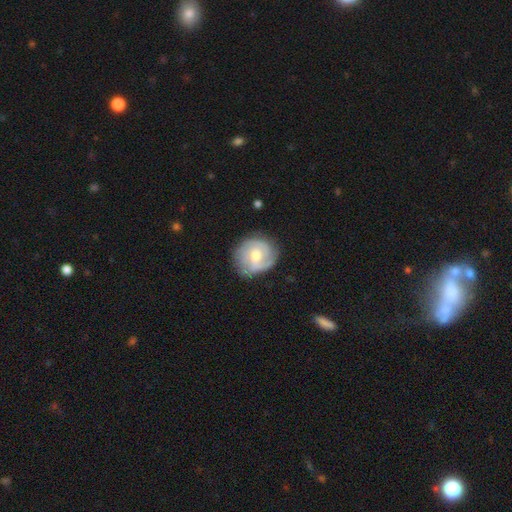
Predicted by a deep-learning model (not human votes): Overall: featured or disk (62%; smooth 31%). Edge-on disk: no (97%). Bar: no (49%; weak 43%). Spiral arms: yes (82%). Bulge size: moderate (71%). Merging: none (70%).